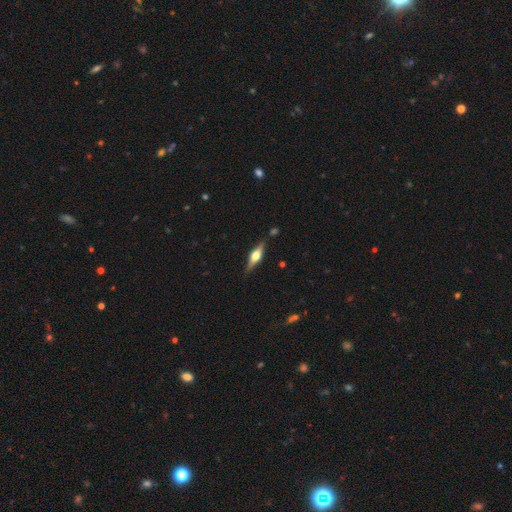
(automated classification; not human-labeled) Smooth or featured: featured or disk — 66% (smooth — 28%)
Edge-on disk: yes — 96% (no — 4%)
Edge-on bulge: rounded — 91% (boxy — 8%)
Merging: none — 85% (minor disturbance — 11%)